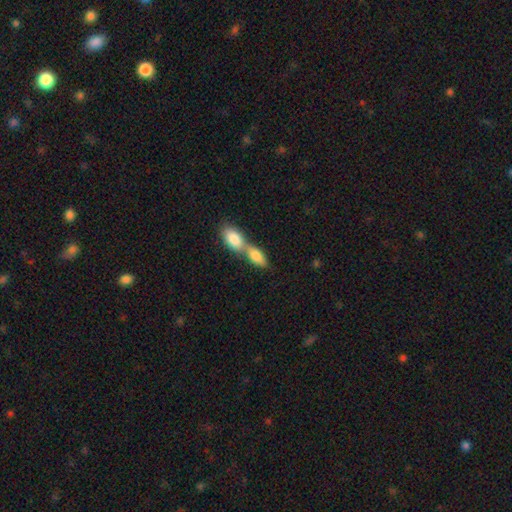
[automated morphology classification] Overall: smooth (81%). How rounded: in between (84%). Merging: merger (75%).